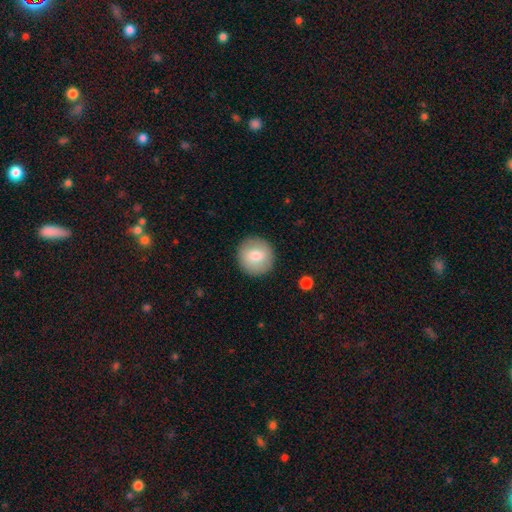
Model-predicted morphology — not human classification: Smooth or featured? smooth (78%)
How rounded? round (94%)
Merging? none (90%)